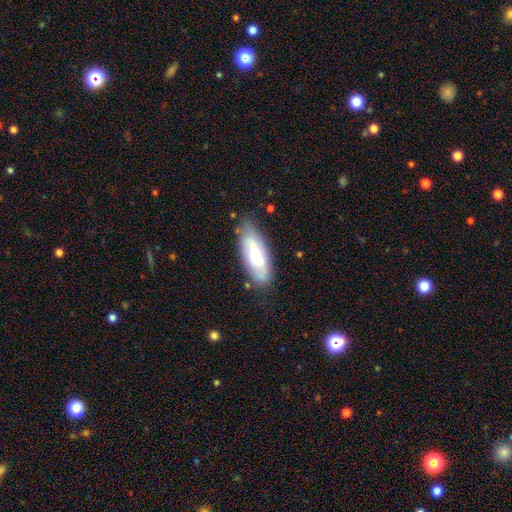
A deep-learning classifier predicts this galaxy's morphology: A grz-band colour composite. It shows a smooth galaxy with no disk features (57%) that is in between round and cigar-shaped (72%). Merging: none (69%).